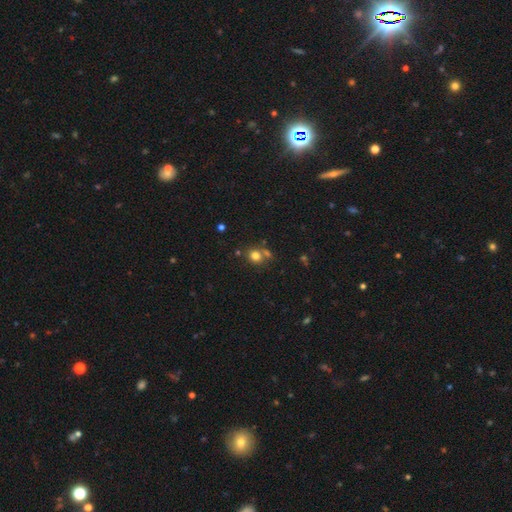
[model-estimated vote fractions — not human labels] Smooth or featured: smooth — 77% (star or artifact — 15%)
How rounded: round — 80% (in between — 19%)
Merging: none — 60% (merger — 24%)